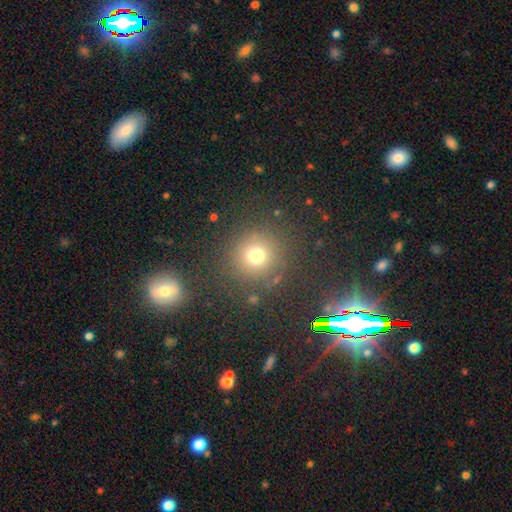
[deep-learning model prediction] A smooth galaxy with no disk features (72%) that is round (93%).

Vote fractions:
- Smooth or featured? smooth: 72% / star or artifact: 20% / featured or disk: 8%
- How rounded? round: 93% / in between: 6% / cigar-shaped: 1%
- Merging? none: 83% / minor disturbance: 9% / major disturbance: 5% / merger: 3%